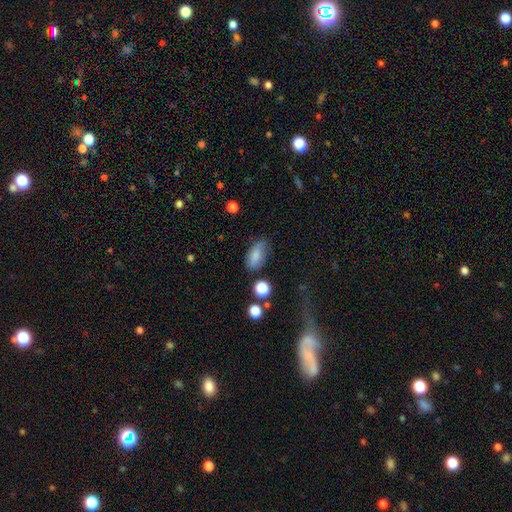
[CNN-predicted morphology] smooth 80%, featured or disk 11%, star or artifact 9%. Down the decision tree: how rounded — in between (88%); merging — none (65%).